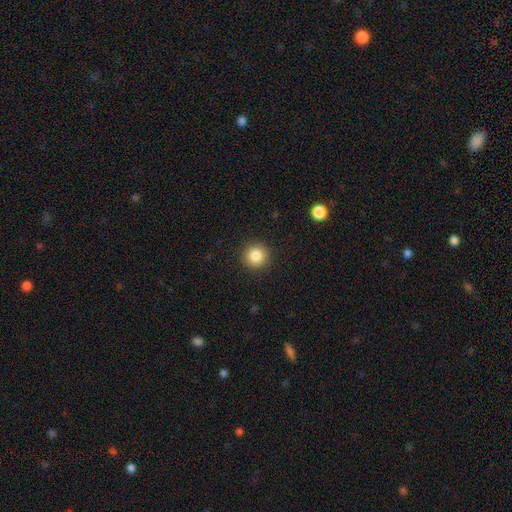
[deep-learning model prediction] smooth 86%, star or artifact 10%, featured or disk 5%. Down the decision tree: how rounded — round (95%); merging — none (92%).